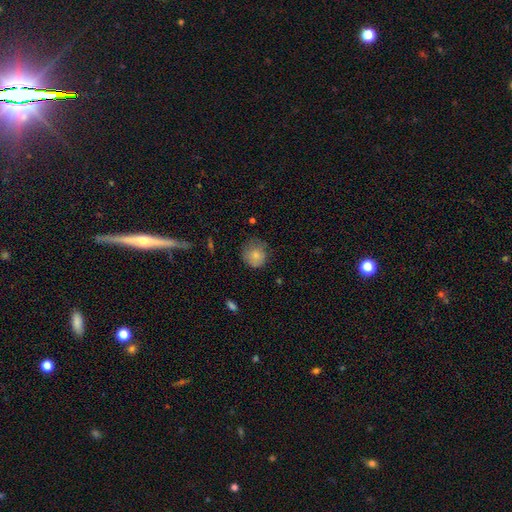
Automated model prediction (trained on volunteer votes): This is clearly a smooth galaxy (80%). How rounded: clearly round (87%). Merging: likely none (64%).